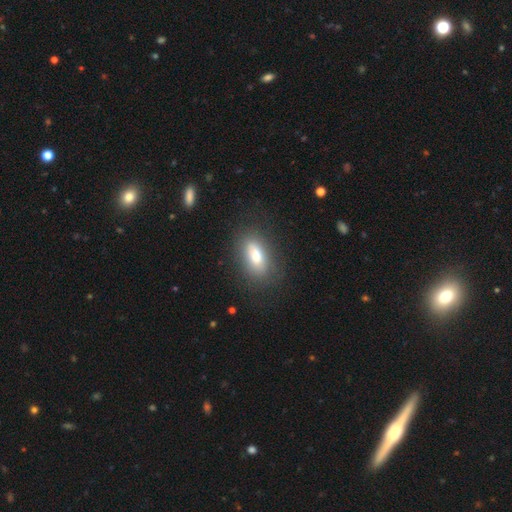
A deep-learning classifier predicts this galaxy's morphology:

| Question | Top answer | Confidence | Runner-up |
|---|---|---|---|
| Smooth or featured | smooth | 75% | featured or disk (17%) |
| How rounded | in between | 84% | cigar-shaped (10%) |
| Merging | none | 78% | minor disturbance (14%) |